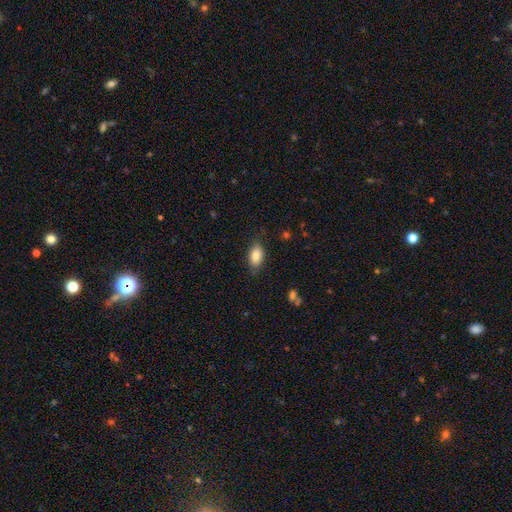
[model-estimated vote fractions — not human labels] Q: Smooth or featured?
A: smooth (84%); runner-up: featured or disk (9%)
Q: How rounded?
A: in between (90%); runner-up: round (6%)
Q: Merging?
A: none (80%); runner-up: minor disturbance (16%)